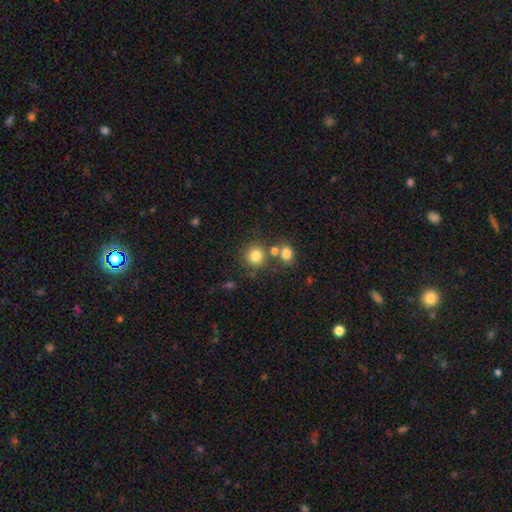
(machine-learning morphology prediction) This appears to be a smooth galaxy with no disk features (80%) that is round (90%). Merging: none (69%).